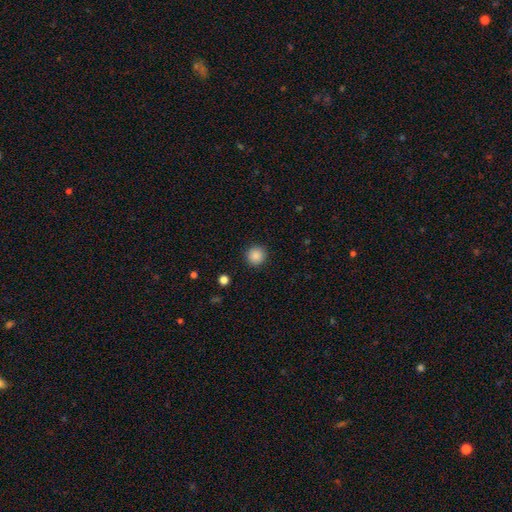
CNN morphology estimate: smooth 88%, star or artifact 9%, featured or disk 3%. Down the decision tree: how rounded — round (94%); merging — none (92%).